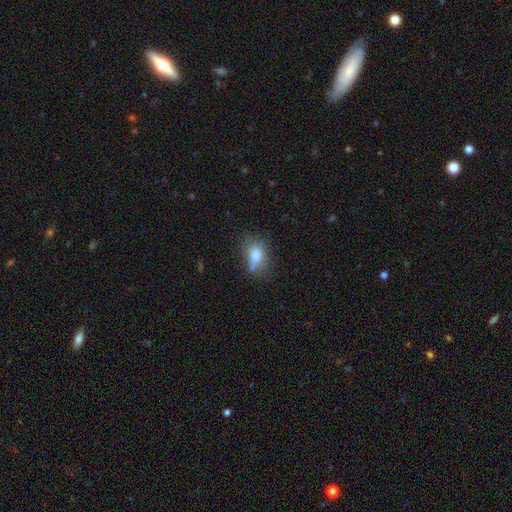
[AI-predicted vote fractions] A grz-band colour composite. It shows a smooth galaxy with no disk features (77%) that is in between round and cigar-shaped (76%). Merging: none (54%).